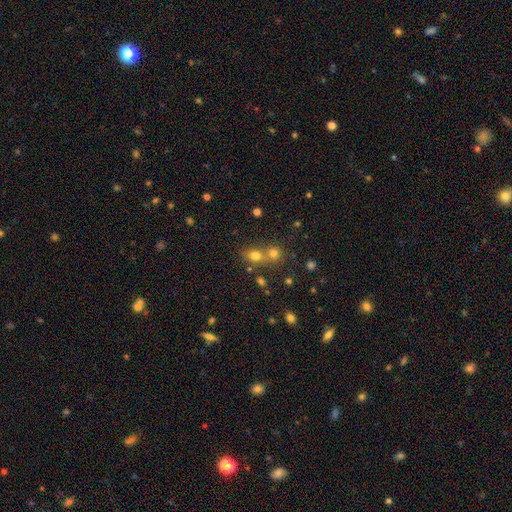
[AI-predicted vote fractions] smooth-or-featured: smooth: 71% | star or artifact: 17% | featured or disk: 12%
  how-rounded: round: 51% | in between: 47% | cigar-shaped: 2%
  merging: merger: 47% | none: 41% | minor disturbance: 8% | major disturbance: 4%